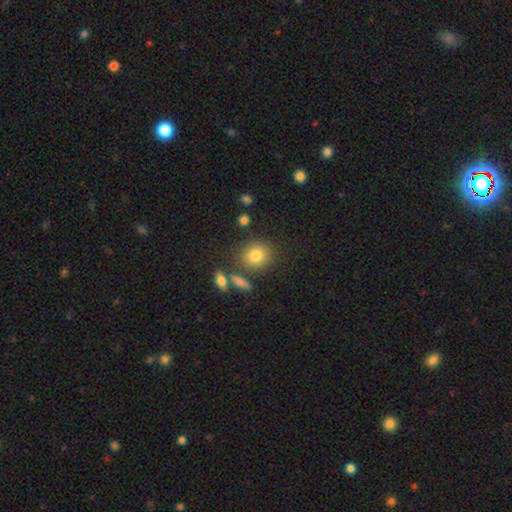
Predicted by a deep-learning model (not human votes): Overall: smooth (80%). How rounded: round (76%). Merging: none (77%).